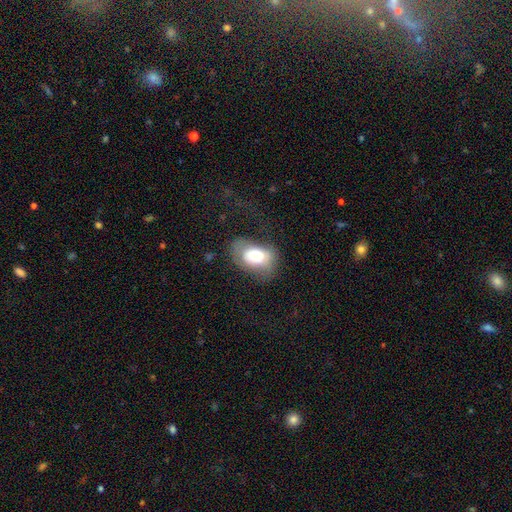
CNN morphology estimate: A smooth galaxy with no disk features (67%) that is in between round and cigar-shaped (85%). Merging: none (43%).